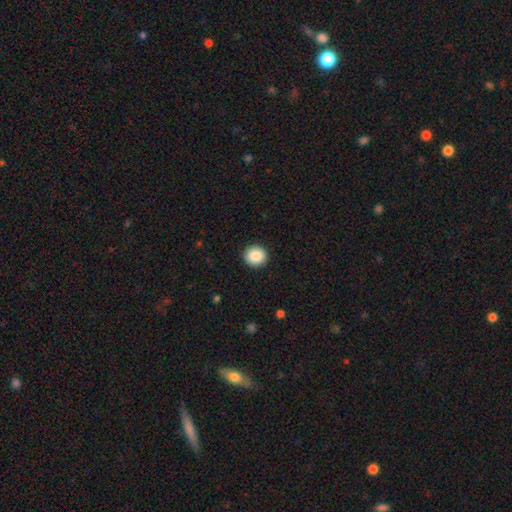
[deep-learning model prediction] Smooth or featured: smooth — 87% (star or artifact — 8%)
How rounded: round — 92% (in between — 7%)
Merging: none — 93% (minor disturbance — 5%)